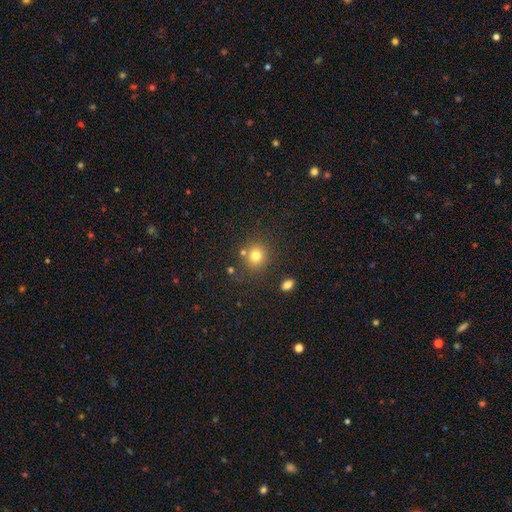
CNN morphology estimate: smooth-or-featured: smooth: 78% | star or artifact: 14% | featured or disk: 8%
  how-rounded: round: 87% | in between: 12% | cigar-shaped: 1%
  merging: none: 76% | minor disturbance: 10% | merger: 9% | major disturbance: 4%